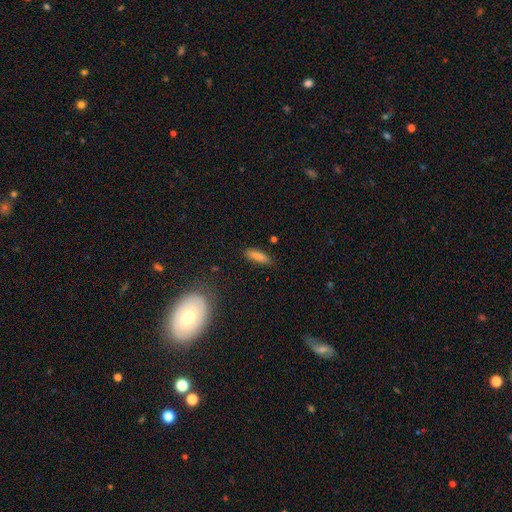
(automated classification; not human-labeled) Q: Smooth or featured?
A: smooth (75%); runner-up: featured or disk (15%)
Q: How rounded?
A: cigar-shaped (57%); runner-up: in between (40%)
Q: Merging?
A: none (83%); runner-up: minor disturbance (12%)